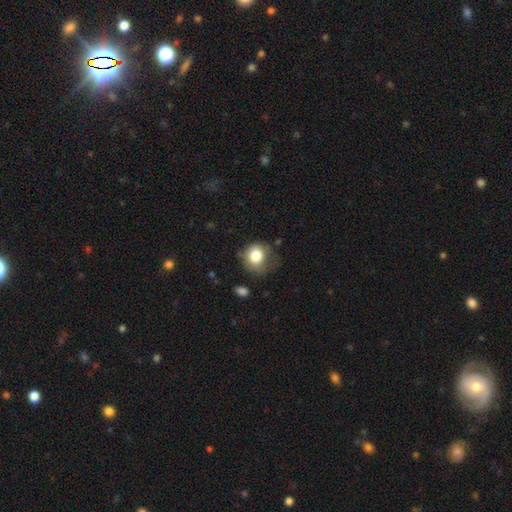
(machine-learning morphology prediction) Overall: smooth (79%). How rounded: round (79%). Merging: none (49%; minor disturbance 31%).